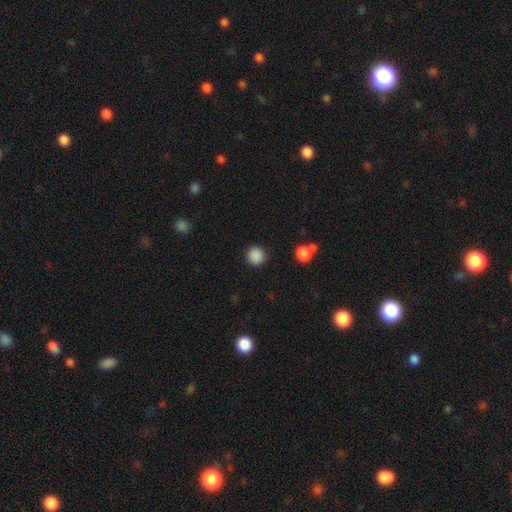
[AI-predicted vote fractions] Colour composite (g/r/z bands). It shows a smooth galaxy with no disk features (88%) that is round (94%). Merging: none (90%).